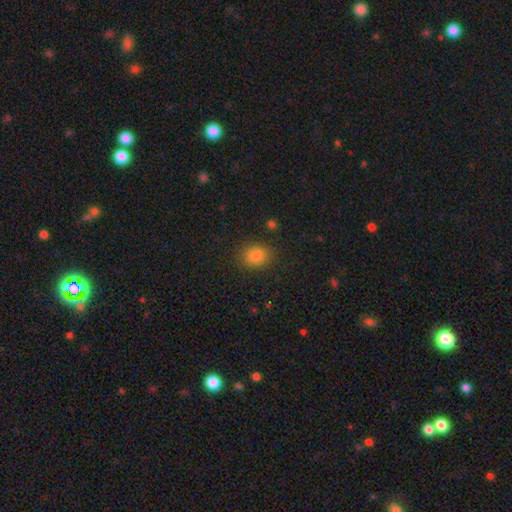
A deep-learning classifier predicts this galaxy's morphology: Q: Smooth or featured?
A: smooth (82%); runner-up: star or artifact (13%)
Q: How rounded?
A: round (62%); runner-up: in between (37%)
Q: Merging?
A: none (87%); runner-up: minor disturbance (9%)